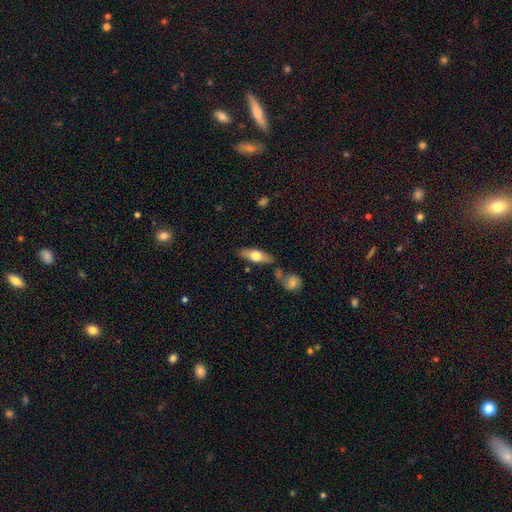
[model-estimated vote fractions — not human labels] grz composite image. It shows a smooth galaxy with no disk features (59%) that is in between round and cigar-shaped (62%). Merging: none (74%).